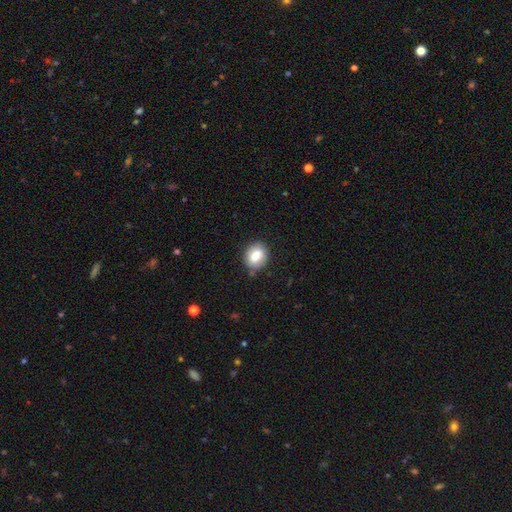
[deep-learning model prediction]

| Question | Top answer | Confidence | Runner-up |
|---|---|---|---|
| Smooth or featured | smooth | 80% | featured or disk (12%) |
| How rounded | in between | 54% | round (45%) |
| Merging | none | 78% | minor disturbance (16%) |